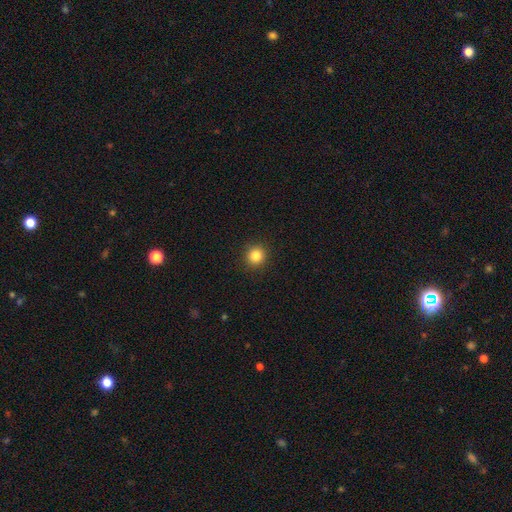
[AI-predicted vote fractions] This appears to be a smooth galaxy with no disk features (84%) that is round (94%). Merging: none (92%).